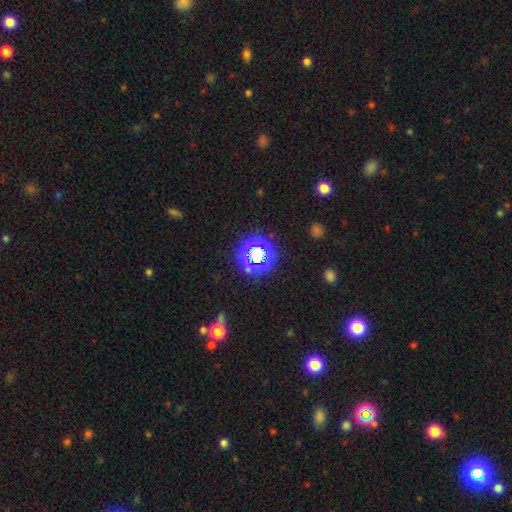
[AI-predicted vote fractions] star or artifact 67%, smooth 22%, featured or disk 11%.